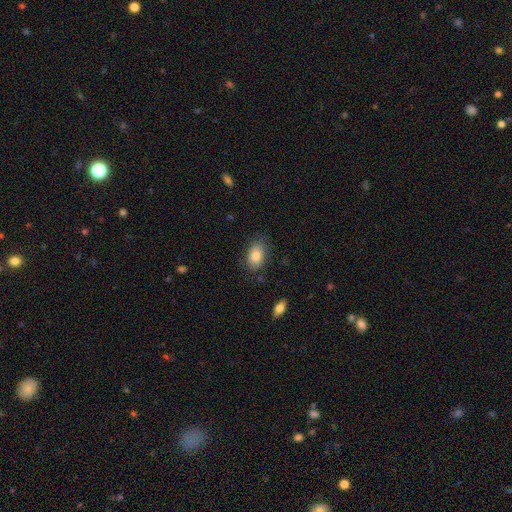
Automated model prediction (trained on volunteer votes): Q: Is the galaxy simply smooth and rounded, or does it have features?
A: smooth — 85%.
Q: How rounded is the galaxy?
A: in between — 89%.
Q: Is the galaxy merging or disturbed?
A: none — 79%.